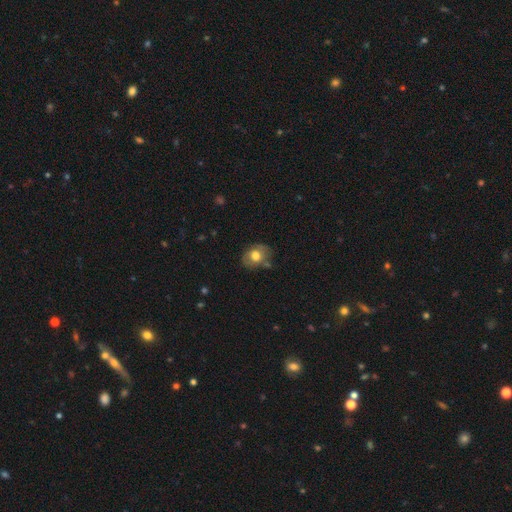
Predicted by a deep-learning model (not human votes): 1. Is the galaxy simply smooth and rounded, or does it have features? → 65% smooth, 27% featured or disk, 8% star or artifact.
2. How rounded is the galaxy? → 55% in between, 43% round, 1% cigar-shaped.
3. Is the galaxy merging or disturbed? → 68% none, 22% minor disturbance, 6% major disturbance, 5% merger.